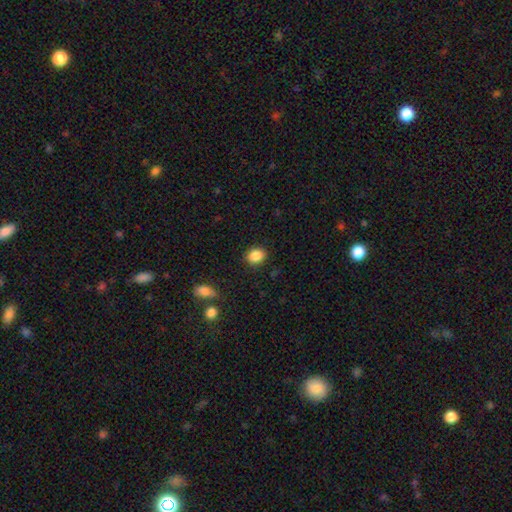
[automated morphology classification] A smooth galaxy with no disk features (87%) that is round (56%). Merging: none (87%).